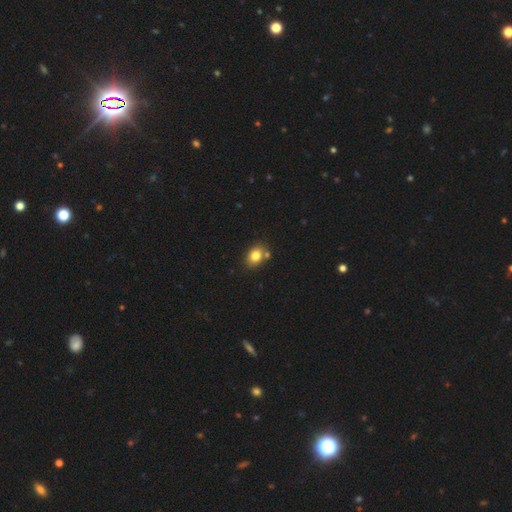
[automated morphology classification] Q: Smooth or featured?
A: smooth (81%); runner-up: star or artifact (10%)
Q: How rounded?
A: in between (59%); runner-up: round (40%)
Q: Merging?
A: none (71%); runner-up: merger (13%)